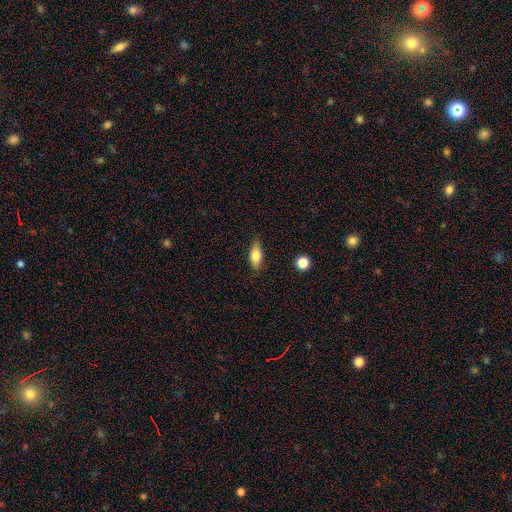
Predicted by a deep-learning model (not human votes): A smooth galaxy with no disk features (72%) that is in between round and cigar-shaped (76%). Merging: none (81%).